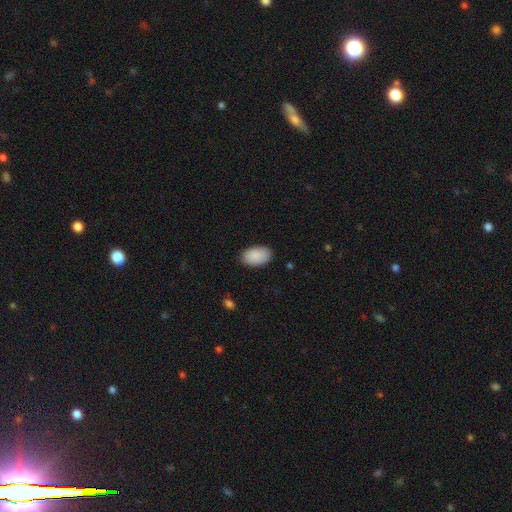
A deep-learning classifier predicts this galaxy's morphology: Overall: smooth (90%). How rounded: in between (94%). Merging: none (87%).